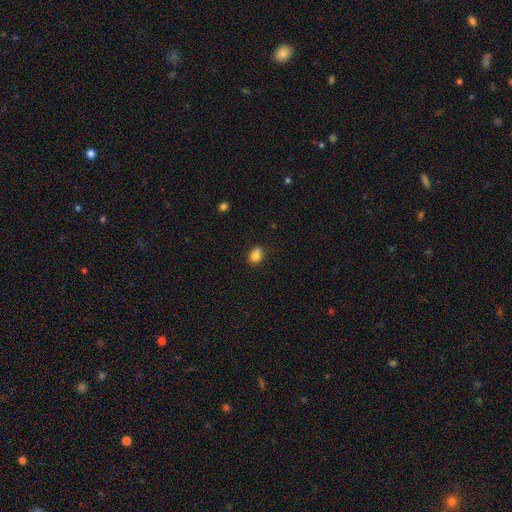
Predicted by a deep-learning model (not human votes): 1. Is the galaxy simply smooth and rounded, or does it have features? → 81% smooth, 11% star or artifact, 9% featured or disk.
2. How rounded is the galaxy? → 50% round, 49% in between, 1% cigar-shaped.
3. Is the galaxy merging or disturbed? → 61% none, 22% minor disturbance, 11% merger, 5% major disturbance.